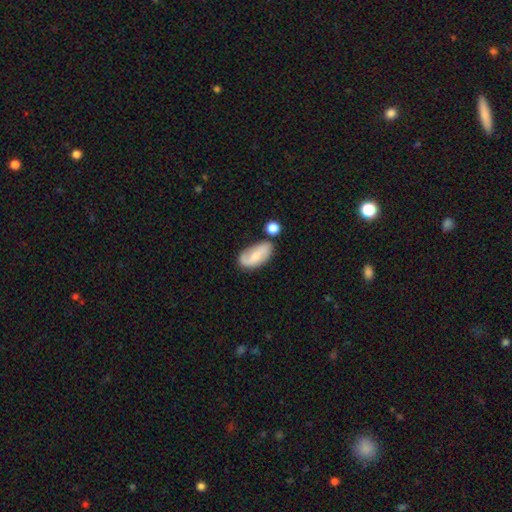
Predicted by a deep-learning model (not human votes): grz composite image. It shows a featured or disk galaxy (47%). Merging: none (57%).